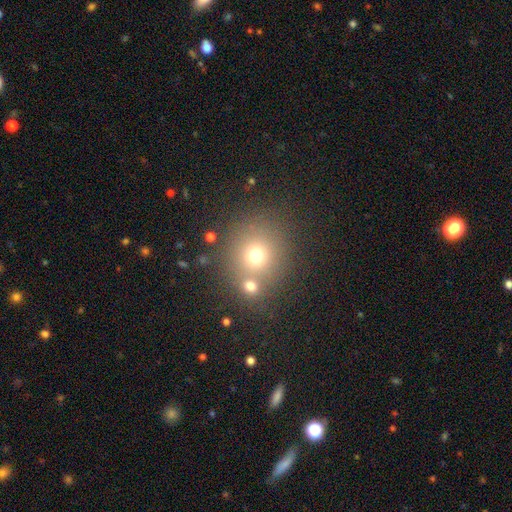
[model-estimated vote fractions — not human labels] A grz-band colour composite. It shows a smooth galaxy with no disk features (69%) that is round (85%). Merging: none (63%).